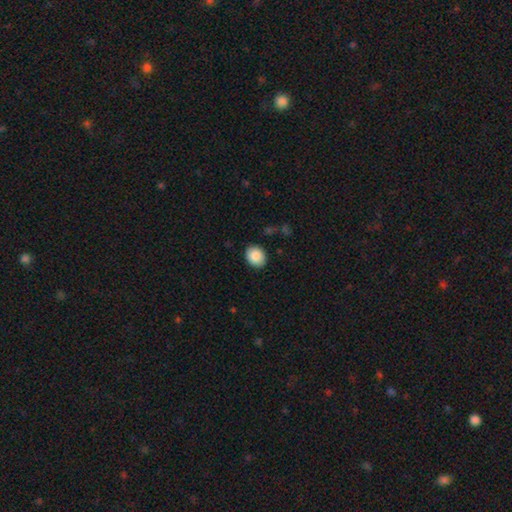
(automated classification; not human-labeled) smooth-or-featured: smooth: 87% | star or artifact: 7% | featured or disk: 5%
  how-rounded: round: 55% | in between: 45% | cigar-shaped: 1%
  merging: none: 89% | minor disturbance: 8% | major disturbance: 2% | merger: 1%